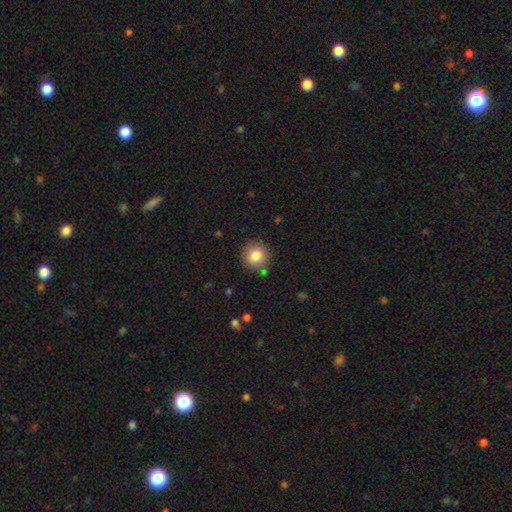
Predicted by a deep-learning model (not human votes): smooth_or_featured: smooth (p=0.83) [alt: star or artifact p=0.10]
how_rounded: round (p=0.90) [alt: in between p=0.09]
merging: none (p=0.85) [alt: minor disturbance p=0.10]